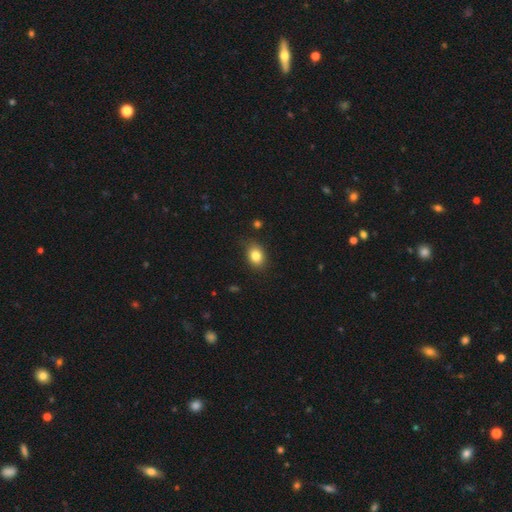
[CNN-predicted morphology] smooth_or_featured: smooth (p=0.83) [alt: star or artifact p=0.10]
how_rounded: in between (p=0.62) [alt: round p=0.37]
merging: none (p=0.81) [alt: minor disturbance p=0.14]